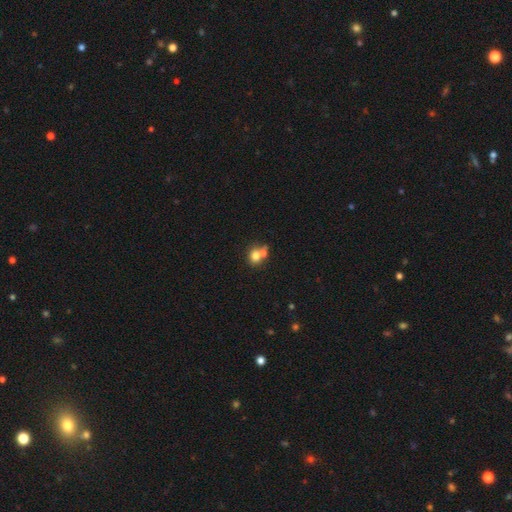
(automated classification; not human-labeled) This appears to be a smooth galaxy with no disk features (75%) that is round (69%). Merging: merger (46%).